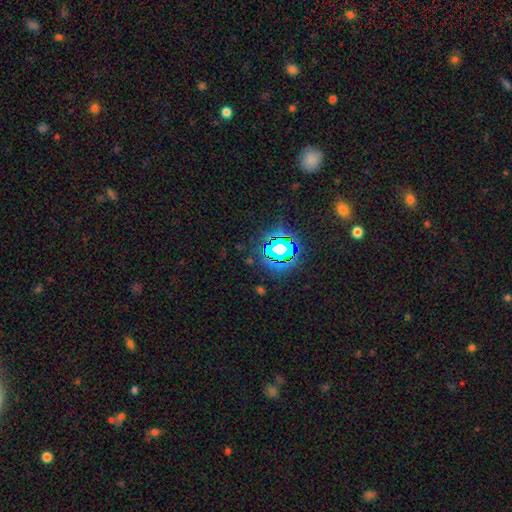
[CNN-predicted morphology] smooth_or_featured: star or artifact (p=0.79) [alt: smooth p=0.14]